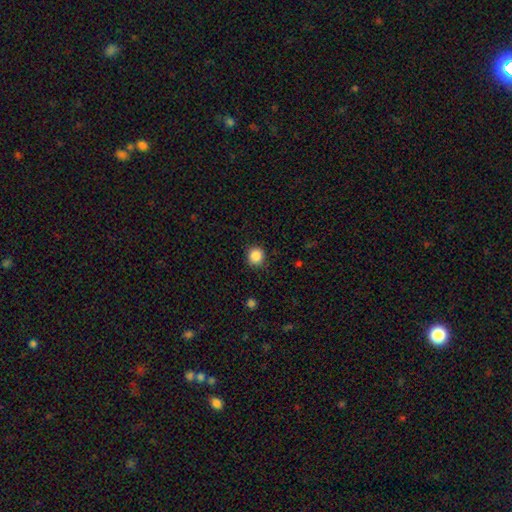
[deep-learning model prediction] Overall: smooth (86%). How rounded: round (92%). Merging: none (89%).